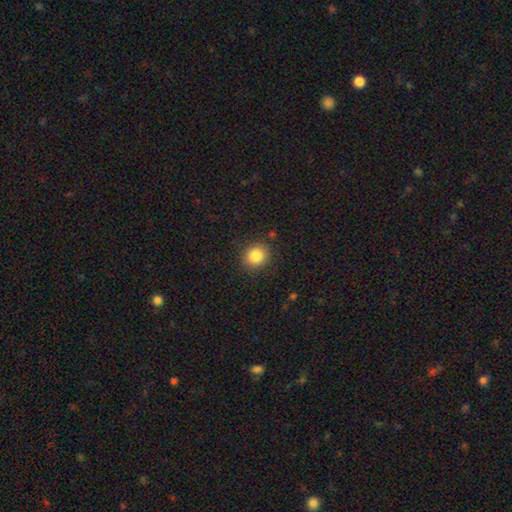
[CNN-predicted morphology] A smooth galaxy with no disk features (85%) that is round (79%).

Vote fractions:
- Smooth or featured? smooth: 85% / star or artifact: 10% / featured or disk: 5%
- How rounded? round: 79% / in between: 20% / cigar-shaped: 1%
- Merging? none: 87% / minor disturbance: 9% / major disturbance: 3% / merger: 1%